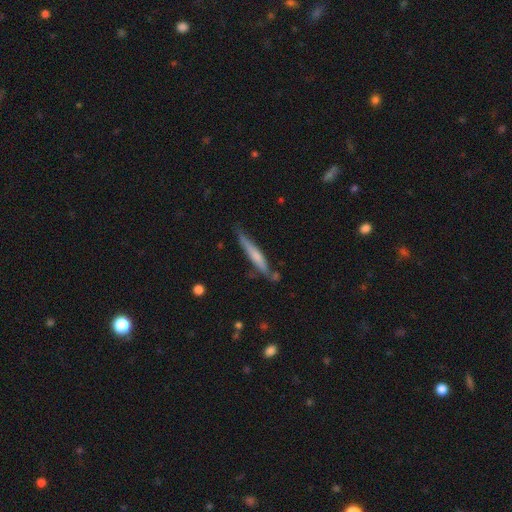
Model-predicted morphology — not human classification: smooth-or-featured: smooth: 56% | featured or disk: 38% | star or artifact: 6%
  how-rounded: cigar-shaped: 94% | in between: 5% | round: 1%
  merging: none: 69% | minor disturbance: 22% | merger: 5% | major disturbance: 4%